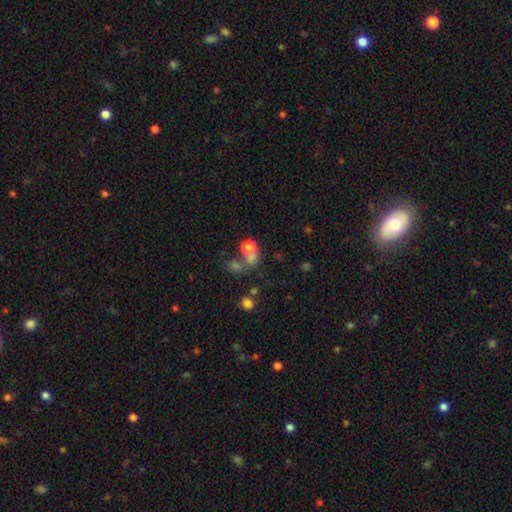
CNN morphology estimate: A smooth galaxy with no disk features (49%).

Vote fractions:
- Smooth or featured? smooth: 49% / star or artifact: 32% / featured or disk: 19%
- Merging? merger: 42% / none: 38% / major disturbance: 10% / minor disturbance: 10%